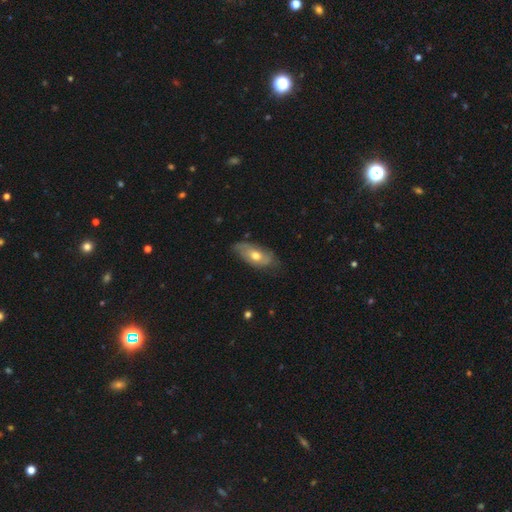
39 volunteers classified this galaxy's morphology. smooth_or_featured: smooth (p=0.54) [alt: featured or disk p=0.38]
how_rounded: in between (p=0.86) [alt: round p=0.10]
merging: none (p=0.67) [alt: minor disturbance p=0.22]